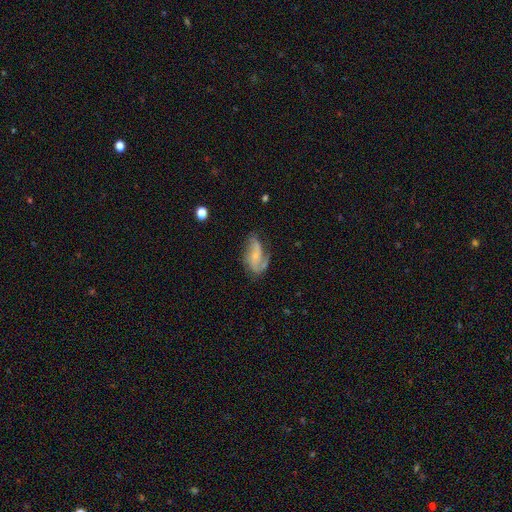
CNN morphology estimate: Smooth or featured? featured or disk (68%)
Edge-on disk? no (95%)
Bar? no (60%)
Spiral arms? yes (88%)
Spiral winding? medium (41%)
Spiral arm count? 2 (57%)
Bulge size? small (67%)
Merging? none (48%)